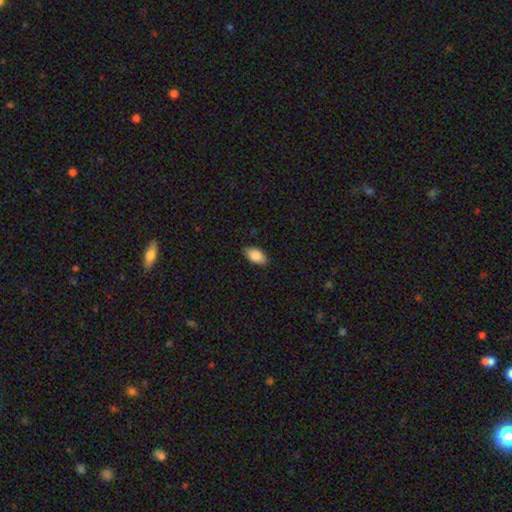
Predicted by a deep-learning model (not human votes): Smooth or featured: smooth — 87% (star or artifact — 7%)
How rounded: in between — 94% (round — 3%)
Merging: none — 86% (minor disturbance — 11%)